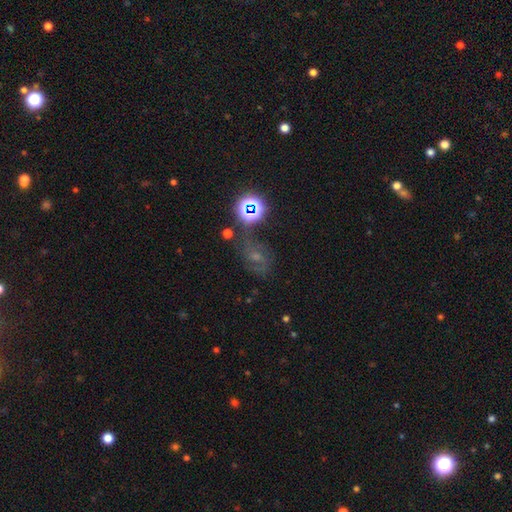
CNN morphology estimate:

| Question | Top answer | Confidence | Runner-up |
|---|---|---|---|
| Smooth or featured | featured or disk | 45% | star or artifact (36%) |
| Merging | none | 59% | minor disturbance (19%) |